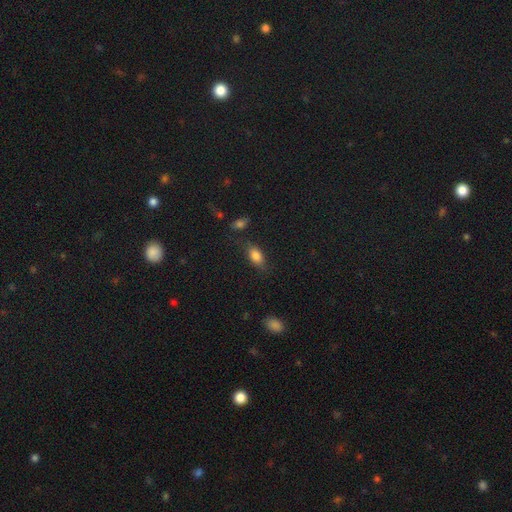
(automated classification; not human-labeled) This appears to be a smooth galaxy with no disk features (82%) that is in between round and cigar-shaped (86%). Merging: none (70%).